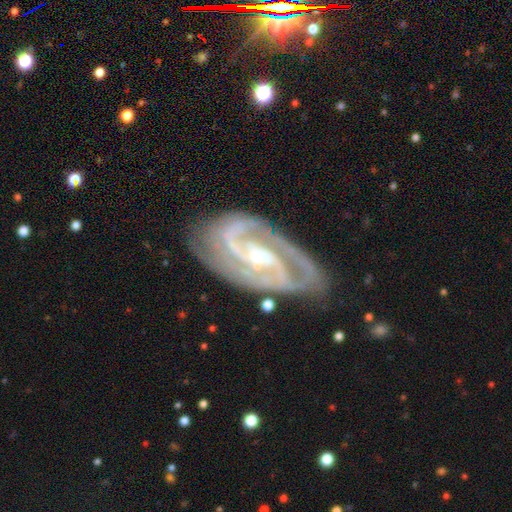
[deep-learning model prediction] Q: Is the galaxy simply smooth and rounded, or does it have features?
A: featured or disk — 91%.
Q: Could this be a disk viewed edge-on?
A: no — 97%.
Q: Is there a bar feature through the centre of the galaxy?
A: no — 43%.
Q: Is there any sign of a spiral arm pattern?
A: yes — 98%.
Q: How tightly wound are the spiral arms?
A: tight — 51%.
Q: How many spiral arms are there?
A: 2 — 65%.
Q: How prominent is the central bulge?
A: small — 75%.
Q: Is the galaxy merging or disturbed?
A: none — 75%.